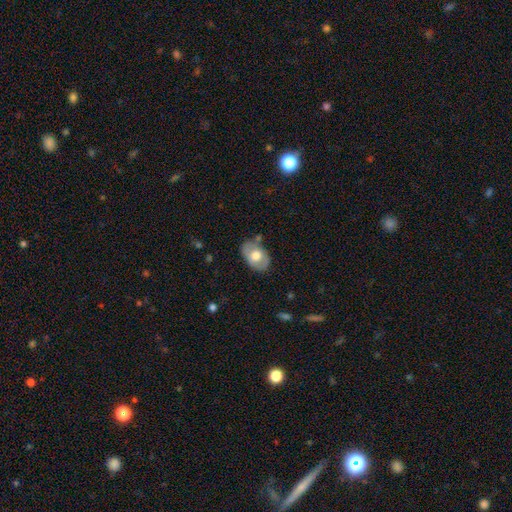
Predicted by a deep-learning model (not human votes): This is possibly a smooth galaxy (58%). How rounded: clearly in between (84%). Merging: likely none (71%).